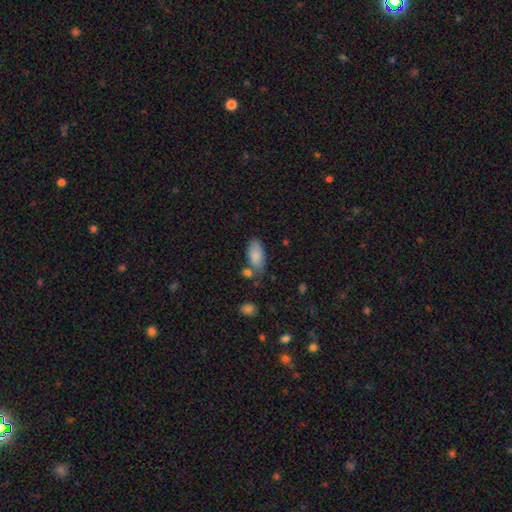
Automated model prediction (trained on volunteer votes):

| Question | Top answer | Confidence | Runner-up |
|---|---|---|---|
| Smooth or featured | smooth | 84% | featured or disk (9%) |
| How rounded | in between | 92% | cigar-shaped (6%) |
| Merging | none | 61% | minor disturbance (20%) |